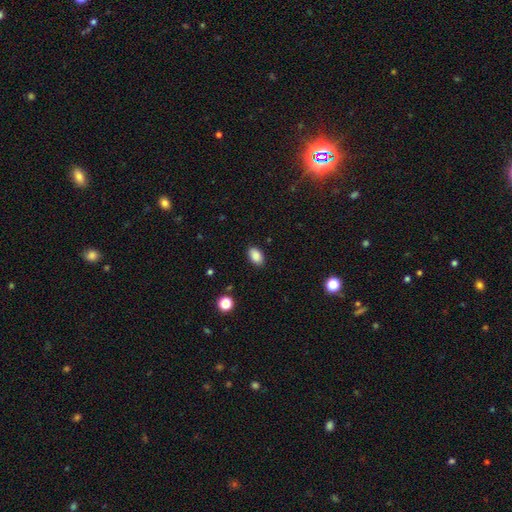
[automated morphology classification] This appears to be a smooth galaxy with no disk features (88%) that is in between round and cigar-shaped (90%). Merging: none (88%).